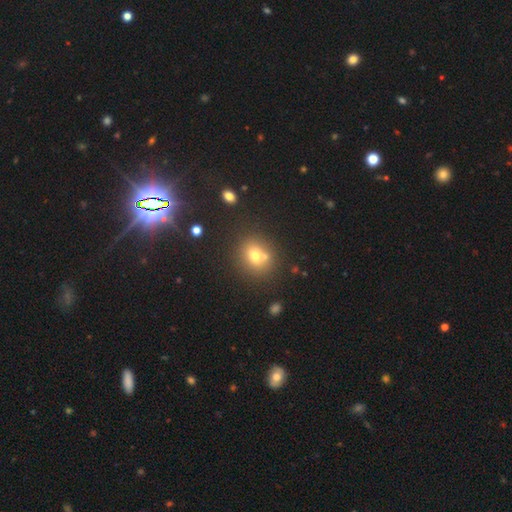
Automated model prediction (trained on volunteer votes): This appears to be a smooth galaxy with no disk features (70%) that is round (67%). Merging: none (61%).